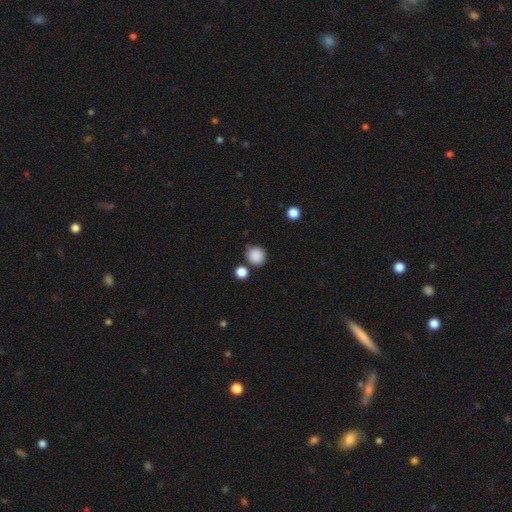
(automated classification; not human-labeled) The model was most divided on "merging": none: 76%, minor disturbance: 12%, merger: 9%, major disturbance: 3%. More confident: how rounded — round (89%); smooth or featured — smooth (87%).